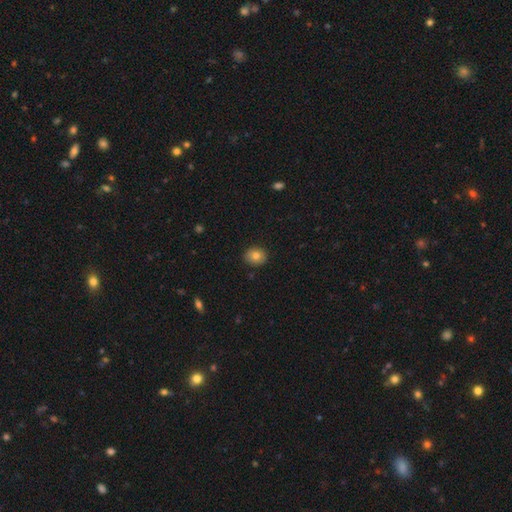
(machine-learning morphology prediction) Smooth or featured: smooth — 81% (featured or disk — 10%)
How rounded: round — 64% (in between — 35%)
Merging: none — 89% (minor disturbance — 8%)